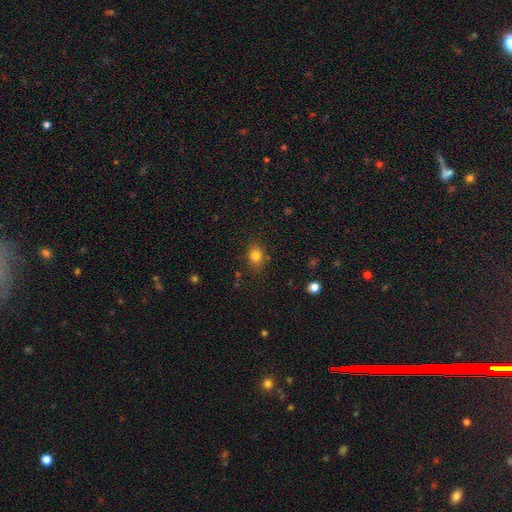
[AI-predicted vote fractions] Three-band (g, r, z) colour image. It shows a smooth galaxy with no disk features (80%) that is in between round and cigar-shaped (52%). Merging: none (83%).